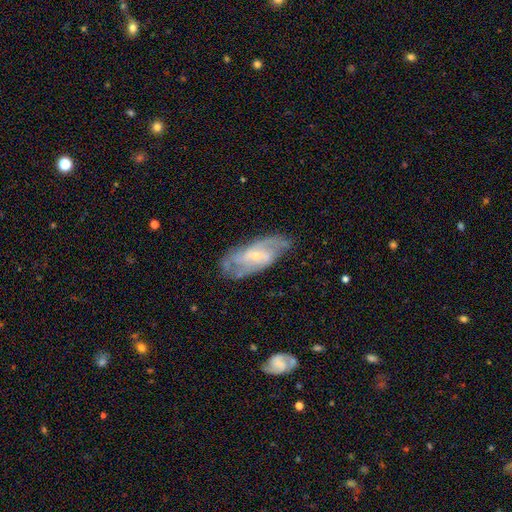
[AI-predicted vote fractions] Smooth or featured? Predicted: featured or disk (p=0.77). Edge-on disk? Predicted: no (p=0.92). Bar? Predicted: weak (p=0.46). Spiral arms? Predicted: yes (p=0.90). Spiral winding? Predicted: medium (p=0.46). Spiral arm count? Predicted: 2 (p=0.49). Bulge size? Predicted: small (p=0.73). Merging? Predicted: none (p=0.71).